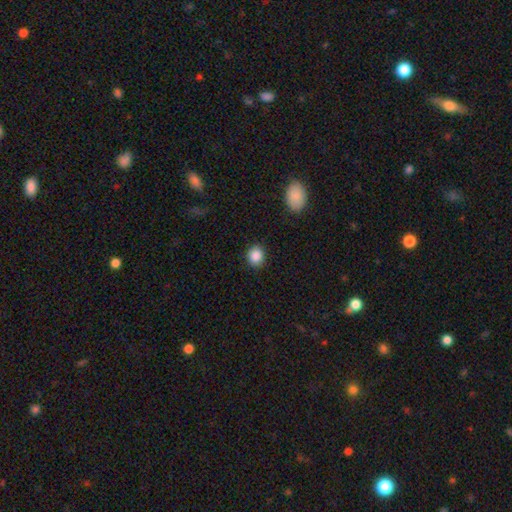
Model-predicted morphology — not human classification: Smooth or featured? Predicted: smooth (p=0.87). How rounded? Predicted: round (p=0.76). Merging? Predicted: none (p=0.89).